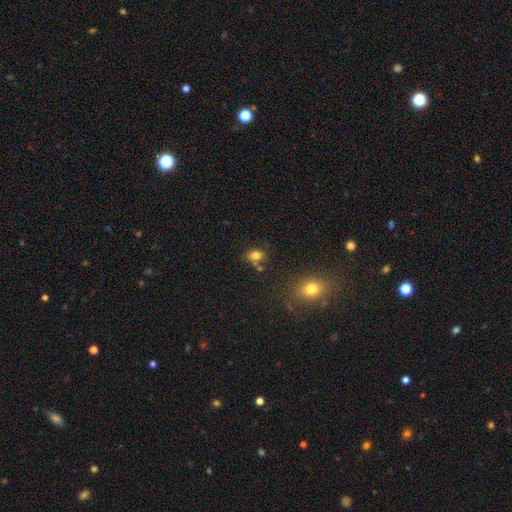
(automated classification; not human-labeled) smooth_or_featured: smooth (p=0.78) [alt: star or artifact p=0.13]
how_rounded: in between (p=0.61) [alt: round p=0.37]
merging: none (p=0.63) [alt: merger p=0.17]